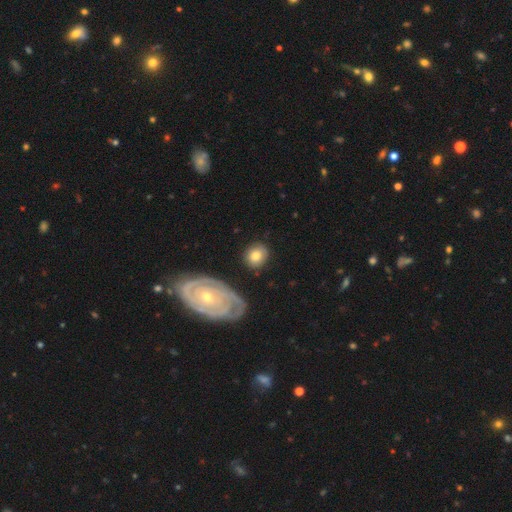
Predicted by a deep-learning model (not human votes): This appears to be a smooth galaxy with no disk features (70%) that is round (69%). Merging: none (80%).